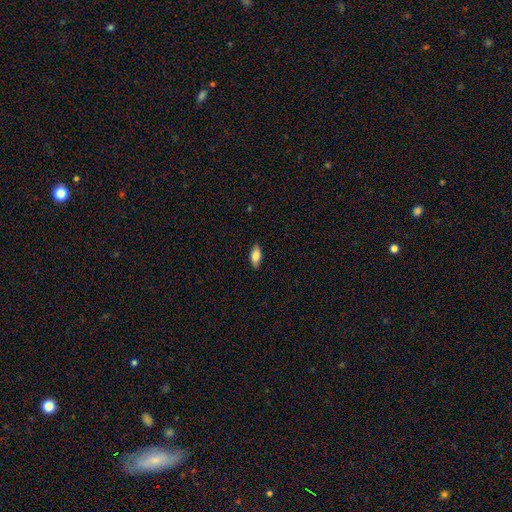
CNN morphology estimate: This appears to be a smooth galaxy with no disk features (78%) that is in between round and cigar-shaped (86%). Merging: none (86%).